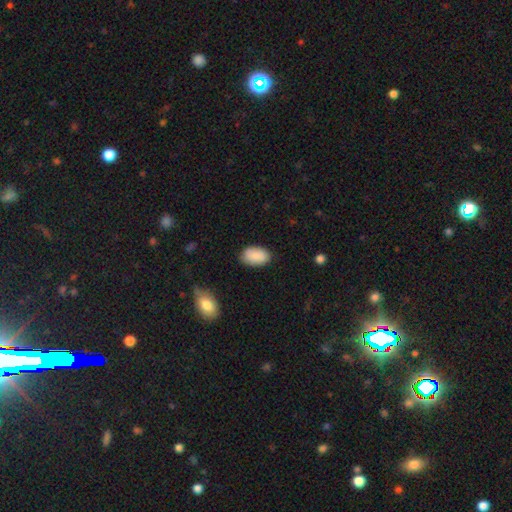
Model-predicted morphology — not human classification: smooth_or_featured: smooth (p=0.87) [alt: featured or disk p=0.07]
how_rounded: in between (p=0.93) [alt: round p=0.06]
merging: none (p=0.83) [alt: minor disturbance p=0.13]